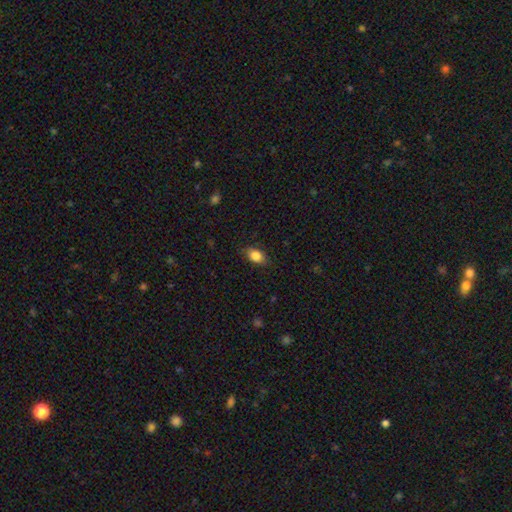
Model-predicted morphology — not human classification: The model was most divided on "how rounded": in between: 83%, round: 15%, cigar-shaped: 2%. More confident: smooth or featured — smooth (85%); merging — none (83%).